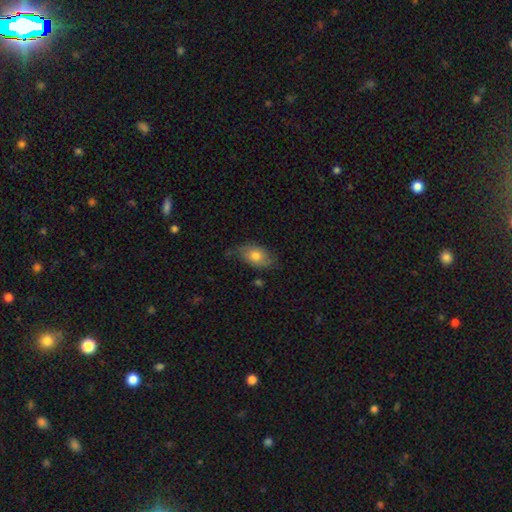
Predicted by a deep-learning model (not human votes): The model was most divided on "merging": none: 58%, minor disturbance: 30%, major disturbance: 9%, merger: 3%. More confident: how rounded — in between (86%); smooth or featured — smooth (72%).